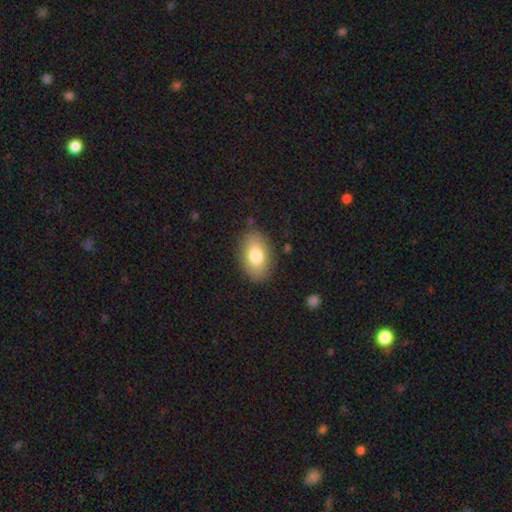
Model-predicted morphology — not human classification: type=smooth (79%); roundness=in between (90%); merging=none (85%).